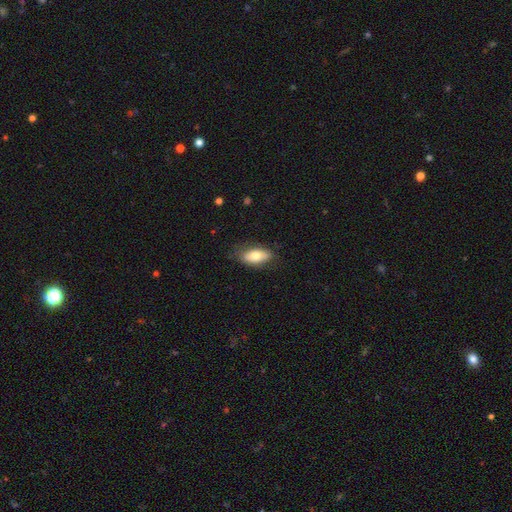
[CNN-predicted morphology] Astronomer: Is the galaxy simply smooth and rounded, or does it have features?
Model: smooth — 74%.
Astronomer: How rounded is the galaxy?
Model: in between — 88%.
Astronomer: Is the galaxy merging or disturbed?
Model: none — 77%.